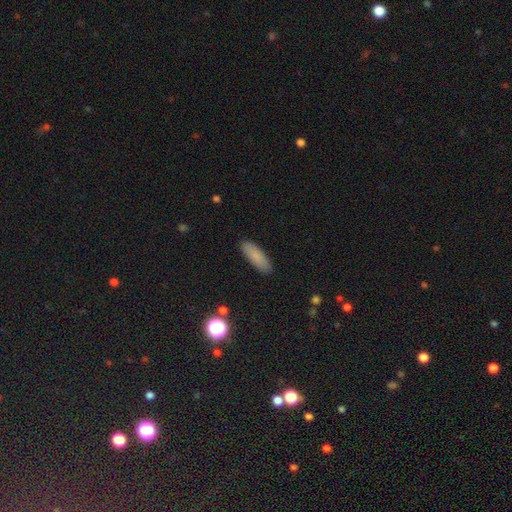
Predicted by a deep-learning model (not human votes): Overall: smooth (85%). How rounded: in between (50%; cigar-shaped 48%). Merging: none (89%).